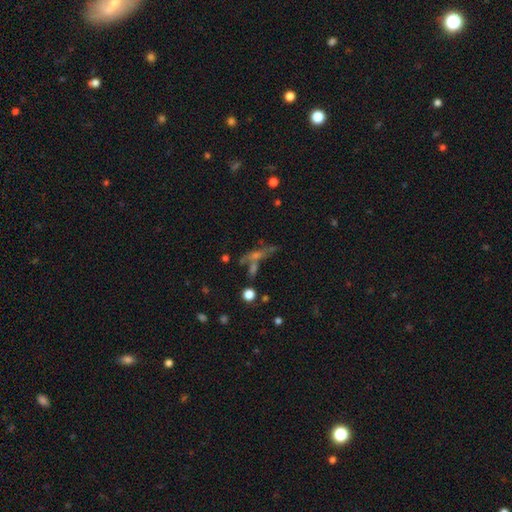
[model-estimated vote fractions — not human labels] This is marginally a featured or disk galaxy (41%). Merging: possibly none (51%).